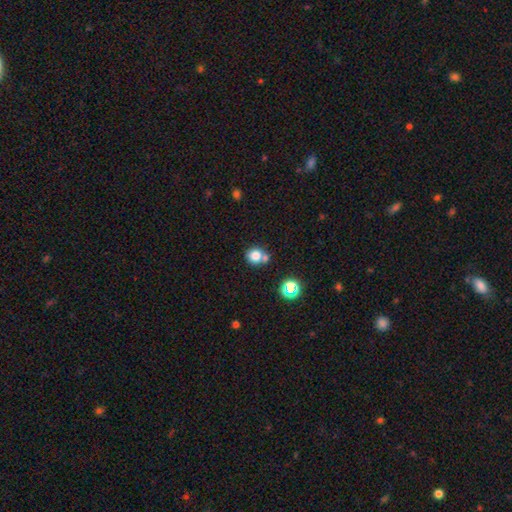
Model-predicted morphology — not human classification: This is likely a smooth galaxy (77%). How rounded: clearly round (85%). Merging: possibly none (57%).